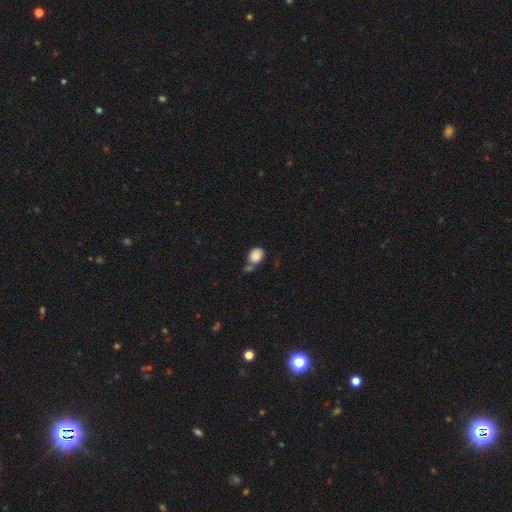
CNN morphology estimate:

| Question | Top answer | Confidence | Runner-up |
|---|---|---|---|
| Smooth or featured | smooth | 86% | star or artifact (8%) |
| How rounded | round | 53% | in between (46%) |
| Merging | none | 41% | merger (36%) |